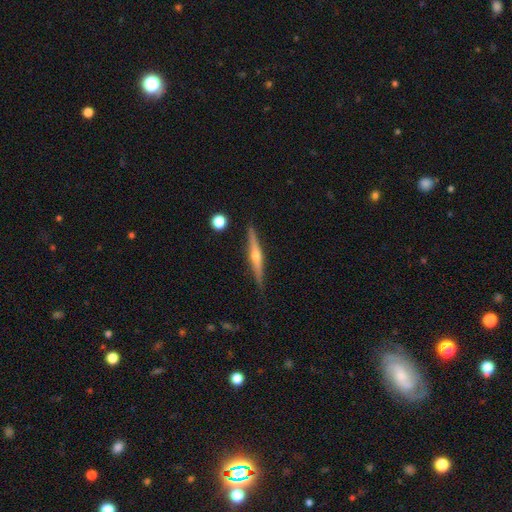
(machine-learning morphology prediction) smooth_or_featured: featured or disk (p=0.74) [alt: smooth p=0.20]
disk_edge_on: yes (p=0.98) [alt: no p=0.02]
edge_on_bulge: rounded (p=0.90) [alt: none p=0.07]
merging: none (p=0.88) [alt: minor disturbance p=0.08]